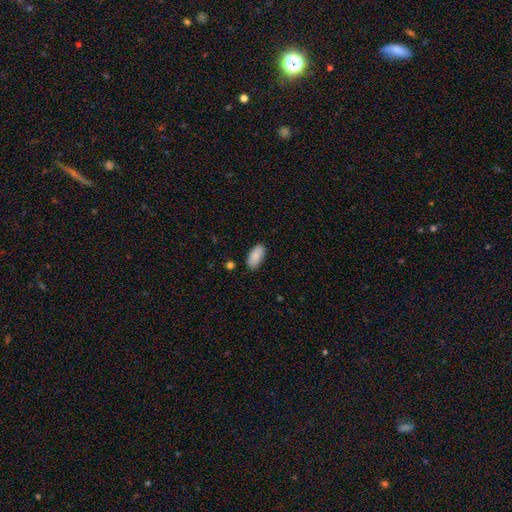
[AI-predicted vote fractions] This is clearly a smooth galaxy (89%). How rounded: clearly in between (93%). Merging: clearly none (84%).